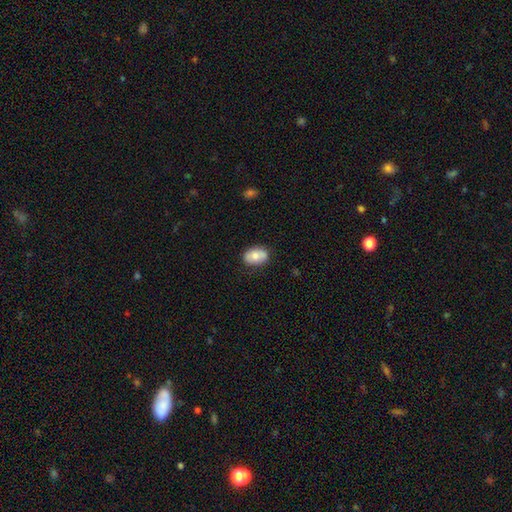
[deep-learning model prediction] Overall: smooth (71%). How rounded: in between (84%). Merging: none (78%).